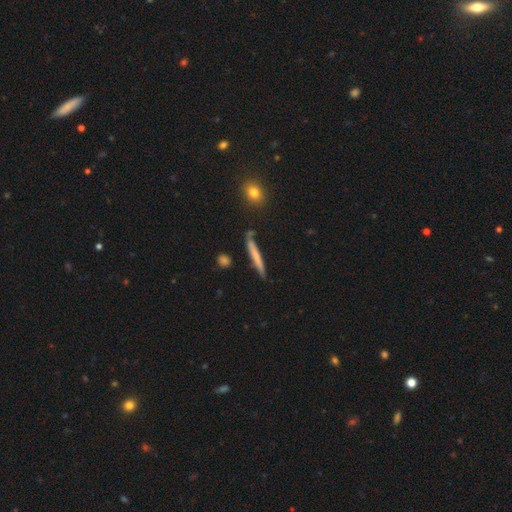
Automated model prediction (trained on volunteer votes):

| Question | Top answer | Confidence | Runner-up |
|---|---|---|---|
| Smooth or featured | smooth | 62% | featured or disk (32%) |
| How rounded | cigar-shaped | 95% | in between (3%) |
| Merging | none | 78% | minor disturbance (15%) |